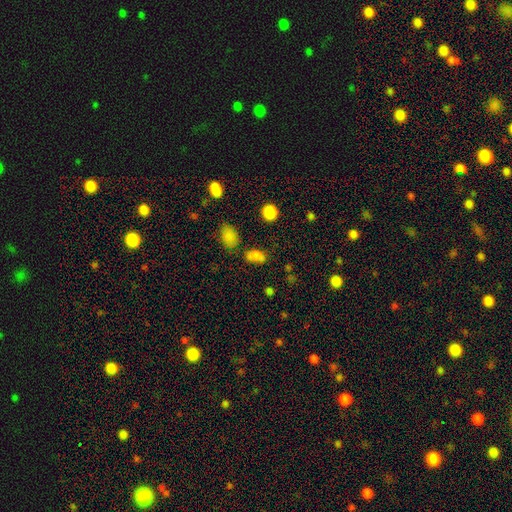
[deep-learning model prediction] Smooth or featured? Predicted: smooth (p=0.77). How rounded? Predicted: in between (p=0.85). Merging? Predicted: none (p=0.61).